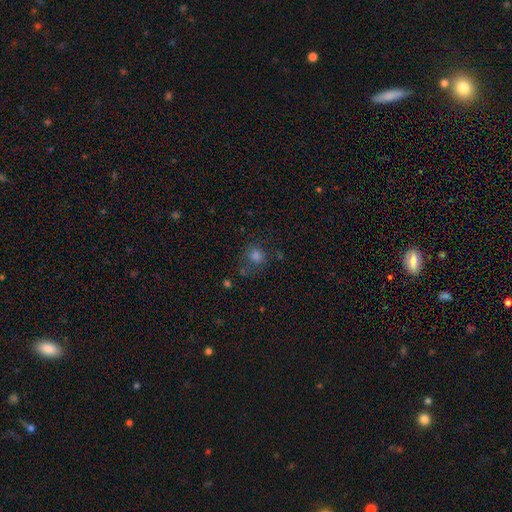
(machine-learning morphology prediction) A smooth galaxy with no disk features (71%) that is round (78%). Merging: none (65%).